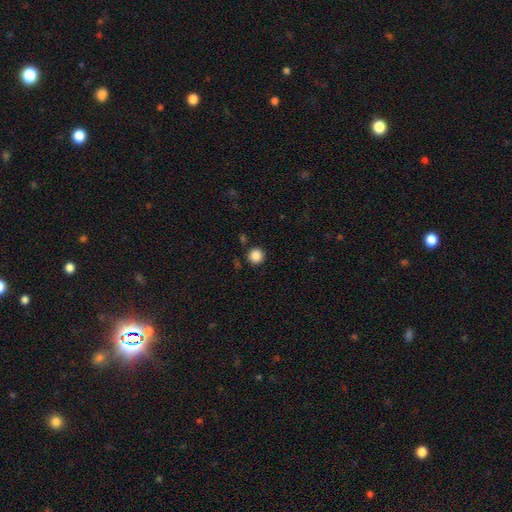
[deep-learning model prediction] Overall: smooth (87%). How rounded: round (95%). Merging: none (89%).